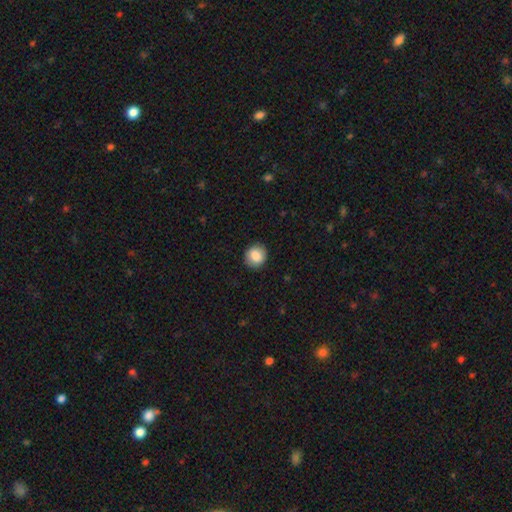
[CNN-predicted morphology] Smooth or featured? smooth (85%)
How rounded? round (85%)
Merging? none (89%)